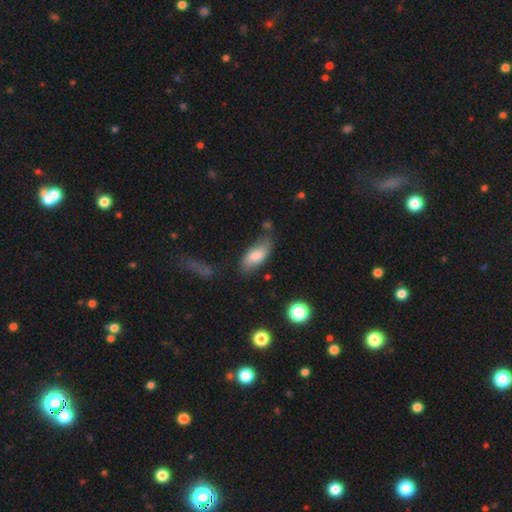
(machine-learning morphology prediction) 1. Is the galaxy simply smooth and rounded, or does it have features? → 77% smooth, 16% featured or disk, 7% star or artifact.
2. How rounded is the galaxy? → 85% in between, 13% cigar-shaped, 2% round.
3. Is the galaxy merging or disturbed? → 67% none, 22% minor disturbance, 6% major disturbance, 5% merger.